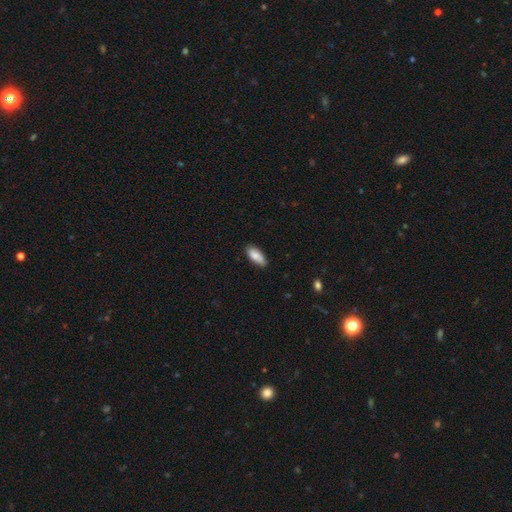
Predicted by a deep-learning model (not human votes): Smooth or featured? smooth (85%)
How rounded? in between (86%)
Merging? none (82%)